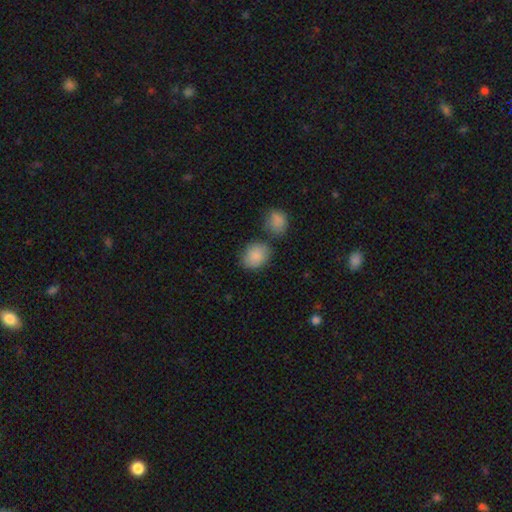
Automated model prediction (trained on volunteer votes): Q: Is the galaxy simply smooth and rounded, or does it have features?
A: smooth — 86%.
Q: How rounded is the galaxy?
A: in between — 57%.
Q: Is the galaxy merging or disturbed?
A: none — 64%.